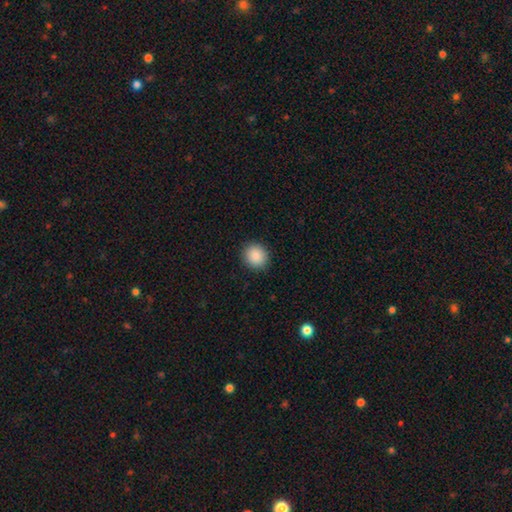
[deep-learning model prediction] Smooth or featured? smooth (89%)
How rounded? round (89%)
Merging? none (92%)